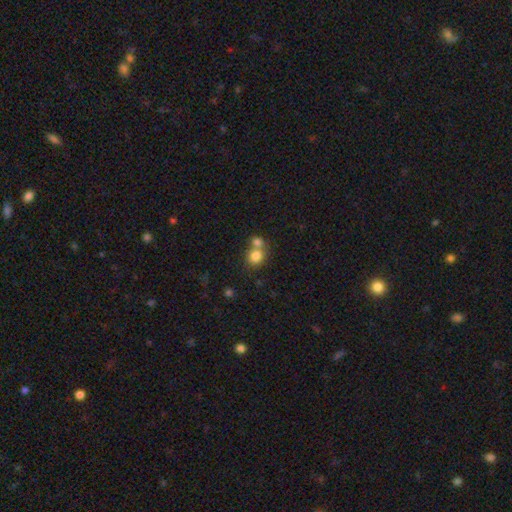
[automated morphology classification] Smooth or featured? smooth (81%)
How rounded? round (77%)
Merging? merger (48%)